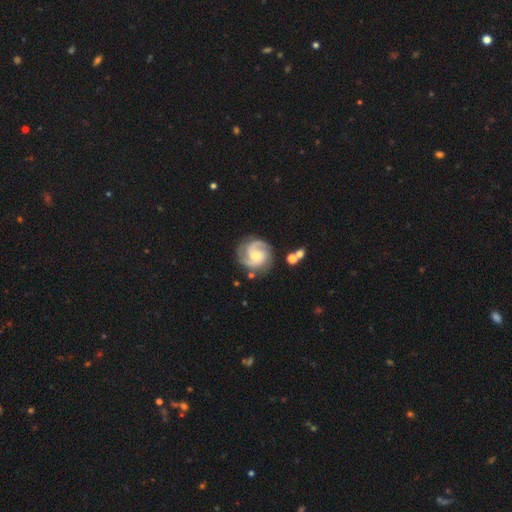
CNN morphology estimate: This is clearly a featured or disk galaxy (88%). It is clearly not viewed edge-on (98%). Bar: possibly no (57%). Spiral arm pattern: clearly yes (98%). Spiral arm count: likely 2 (74%). Spiral winding: possibly medium (47%). Central bulge: possibly moderate (55%). Merging: likely none (78%).